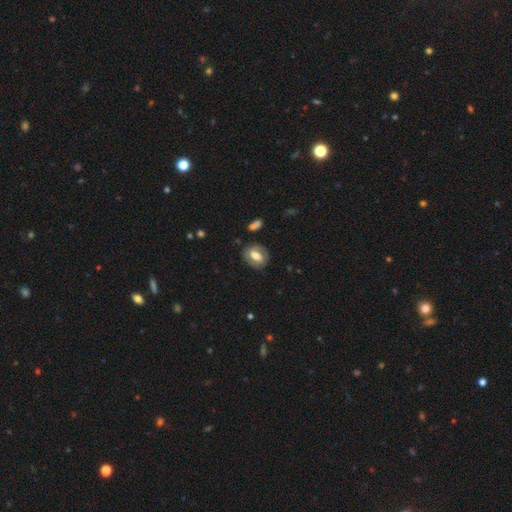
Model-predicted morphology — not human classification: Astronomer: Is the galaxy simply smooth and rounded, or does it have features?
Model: smooth — 54% (runner-up: featured or disk, 39%).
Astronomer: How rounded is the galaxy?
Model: in between — 70%.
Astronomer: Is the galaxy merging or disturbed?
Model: none — 76%.